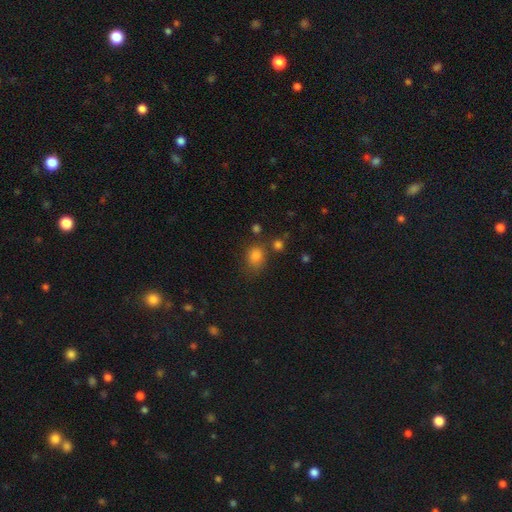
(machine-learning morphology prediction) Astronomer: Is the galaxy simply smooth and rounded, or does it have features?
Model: smooth — 80%.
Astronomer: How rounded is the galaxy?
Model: round — 61% (runner-up: in between, 38%).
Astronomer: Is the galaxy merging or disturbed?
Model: none — 65%.